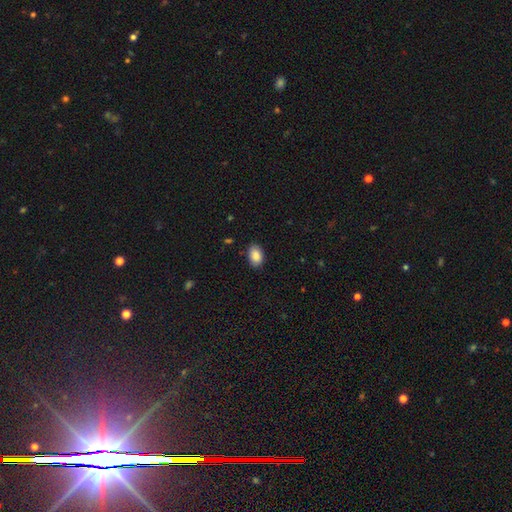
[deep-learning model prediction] smooth-or-featured: smooth: 88% | star or artifact: 7% | featured or disk: 5%
  how-rounded: in between: 89% | round: 10% | cigar-shaped: 1%
  merging: none: 86% | minor disturbance: 10% | major disturbance: 2% | merger: 1%